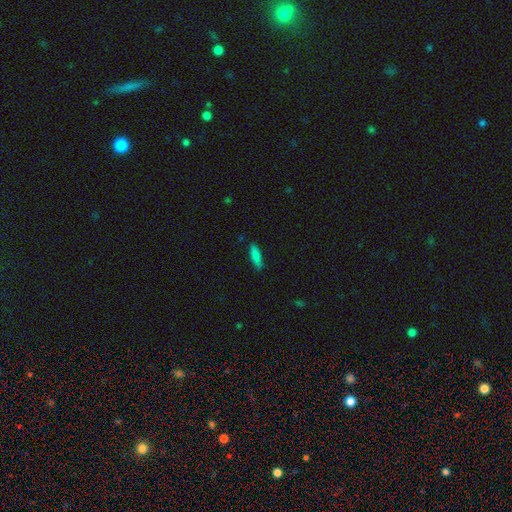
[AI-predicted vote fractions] Smooth or featured? Predicted: smooth (p=0.84). How rounded? Predicted: cigar-shaped (p=0.66). Merging? Predicted: none (p=0.85).